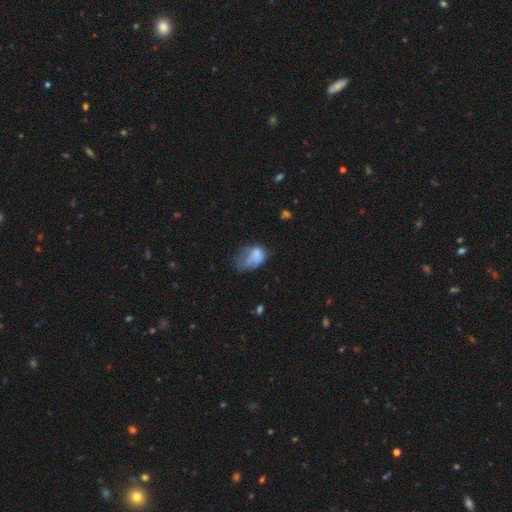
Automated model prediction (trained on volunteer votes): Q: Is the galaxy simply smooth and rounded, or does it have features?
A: smooth — 69%.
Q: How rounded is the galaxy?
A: in between — 80%.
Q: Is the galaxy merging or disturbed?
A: major disturbance — 42%.